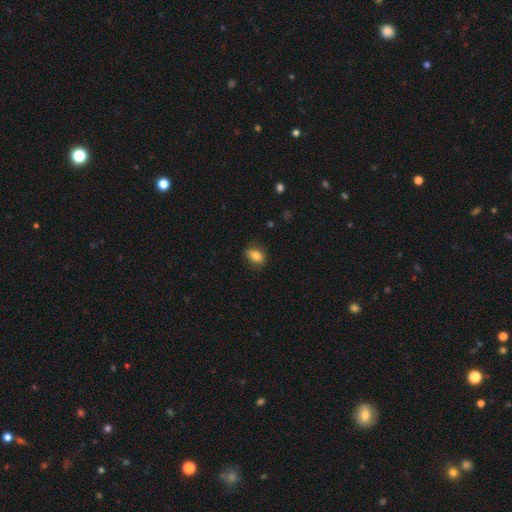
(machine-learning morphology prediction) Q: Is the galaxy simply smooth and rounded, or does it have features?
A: smooth — 78%.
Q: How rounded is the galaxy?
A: in between — 74%.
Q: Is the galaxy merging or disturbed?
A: none — 81%.